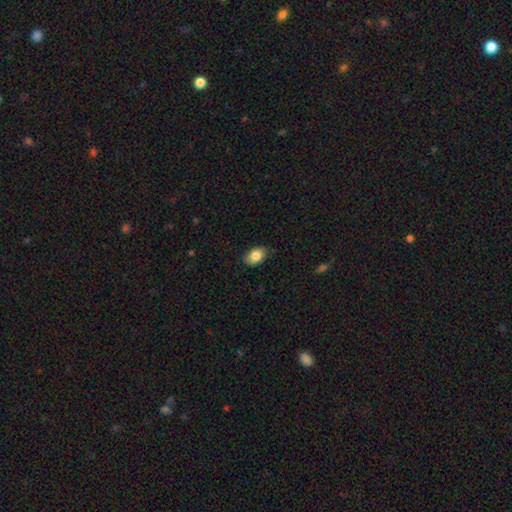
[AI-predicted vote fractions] smooth 85%, star or artifact 8%, featured or disk 7%. Down the decision tree: how rounded — in between (83%); merging — none (83%).